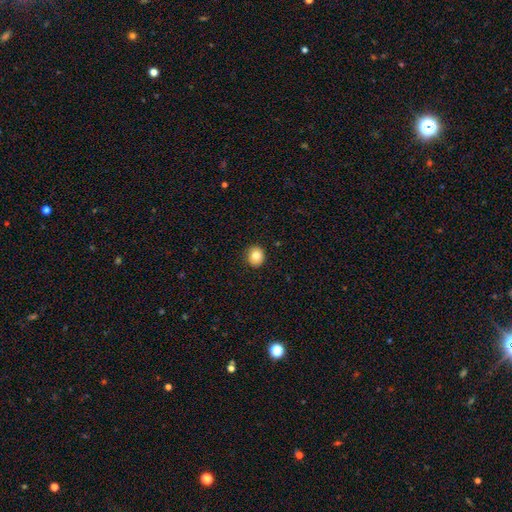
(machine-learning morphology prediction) Overall: smooth (82%). How rounded: round (86%). Merging: none (91%).